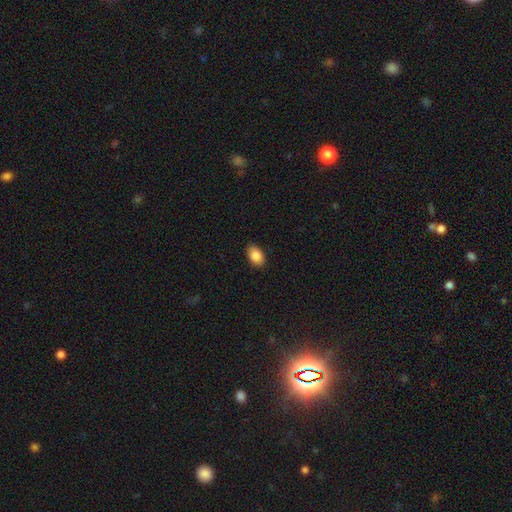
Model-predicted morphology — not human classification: smooth 87%, star or artifact 7%, featured or disk 6%. Down the decision tree: how rounded — in between (88%); merging — none (87%).